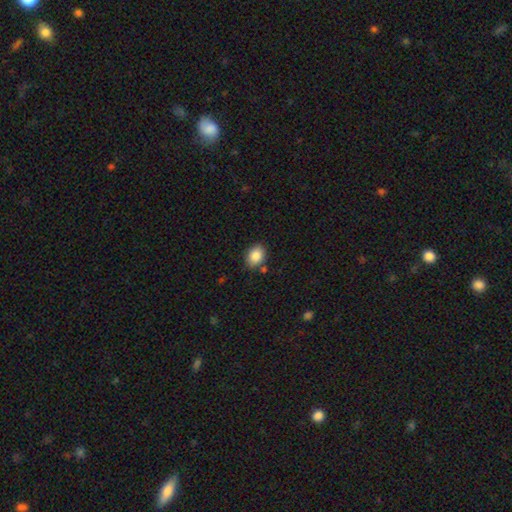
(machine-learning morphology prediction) This appears to be a smooth galaxy with no disk features (86%) that is in between round and cigar-shaped (61%). Merging: none (80%).